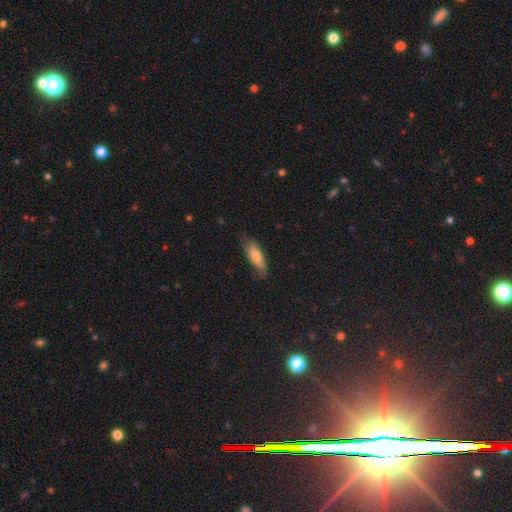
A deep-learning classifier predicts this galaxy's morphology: smooth_or_featured: smooth (p=0.71) [alt: featured or disk p=0.22]
how_rounded: in between (p=0.52) [alt: cigar-shaped p=0.46]
merging: none (p=0.71) [alt: minor disturbance p=0.23]